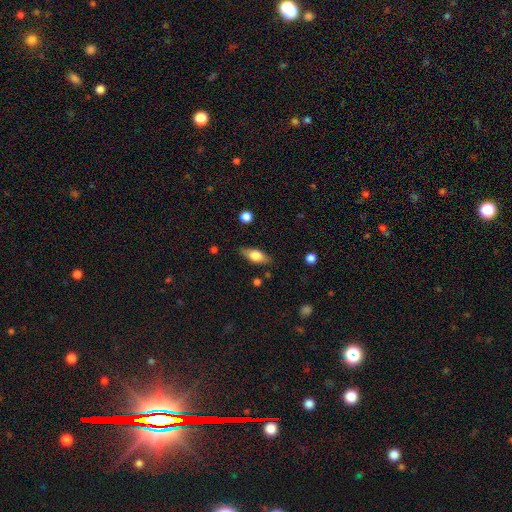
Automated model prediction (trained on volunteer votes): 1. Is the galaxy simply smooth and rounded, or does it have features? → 69% smooth, 24% featured or disk, 7% star or artifact.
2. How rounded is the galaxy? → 81% in between, 15% cigar-shaped, 4% round.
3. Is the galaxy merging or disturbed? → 83% none, 13% minor disturbance, 3% major disturbance, 2% merger.